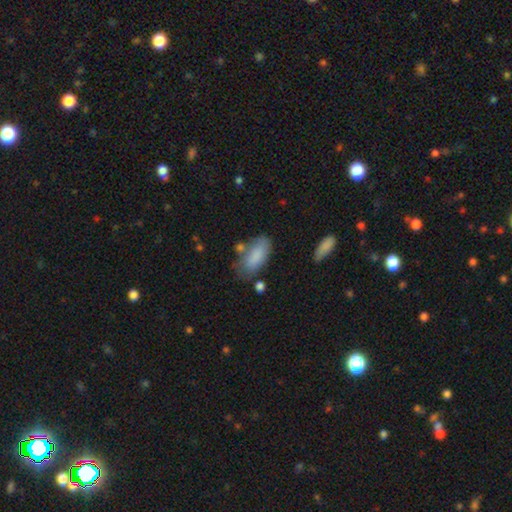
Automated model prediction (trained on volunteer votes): Smooth or featured? Predicted: smooth (p=0.83). How rounded? Predicted: in between (p=0.88). Merging? Predicted: none (p=0.58).